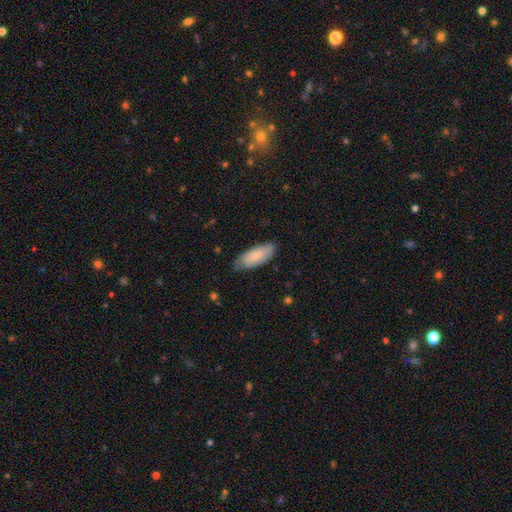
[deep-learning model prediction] smooth_or_featured: smooth (p=0.80) [alt: featured or disk p=0.15]
how_rounded: in between (p=0.79) [alt: cigar-shaped p=0.20]
merging: none (p=0.73) [alt: minor disturbance p=0.22]